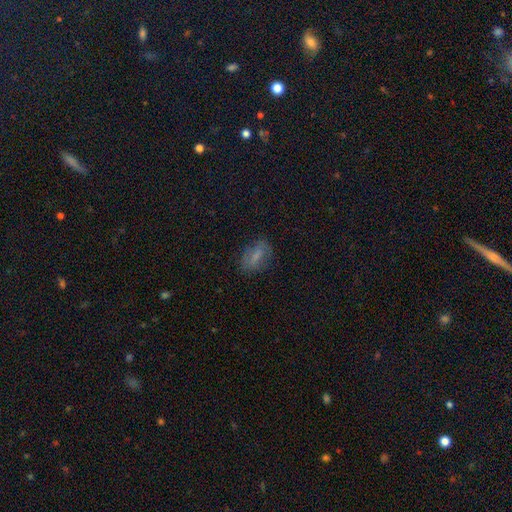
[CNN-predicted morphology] Smooth or featured? smooth (61%)
How rounded? in between (78%)
Merging? none (71%)